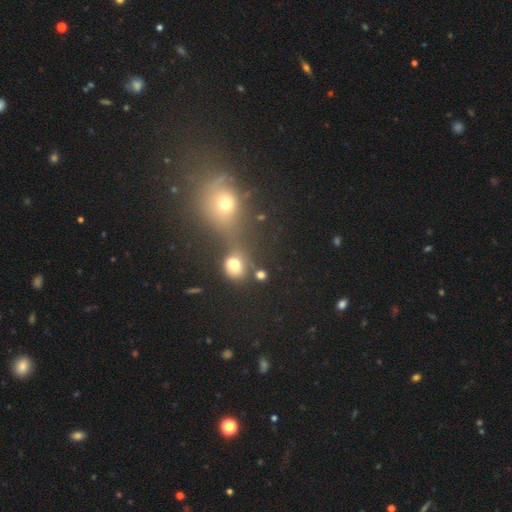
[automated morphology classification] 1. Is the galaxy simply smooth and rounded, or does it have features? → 50% smooth, 37% star or artifact, 13% featured or disk.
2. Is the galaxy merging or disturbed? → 48% none, 35% merger, 10% minor disturbance, 7% major disturbance.